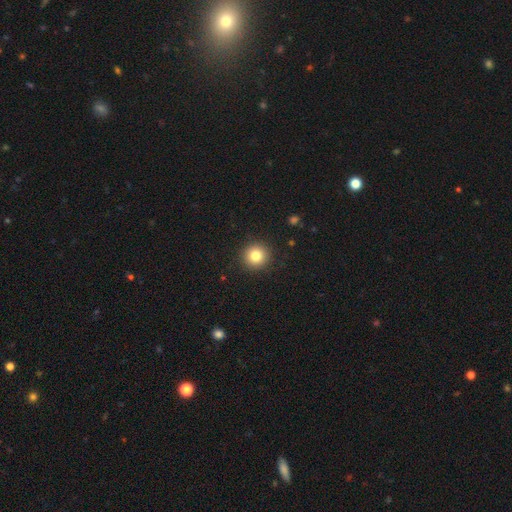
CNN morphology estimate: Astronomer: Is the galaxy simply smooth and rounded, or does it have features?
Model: smooth — 81%.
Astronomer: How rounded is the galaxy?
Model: round — 94%.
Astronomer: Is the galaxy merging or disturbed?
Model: none — 92%.